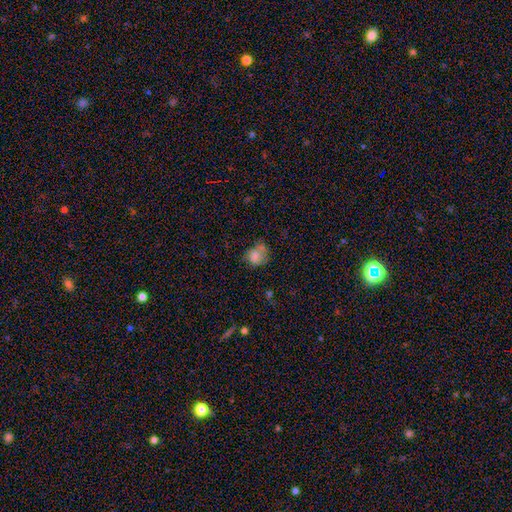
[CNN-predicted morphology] This appears to be a smooth galaxy with no disk features (72%) that is round (63%). Merging: none (40%).